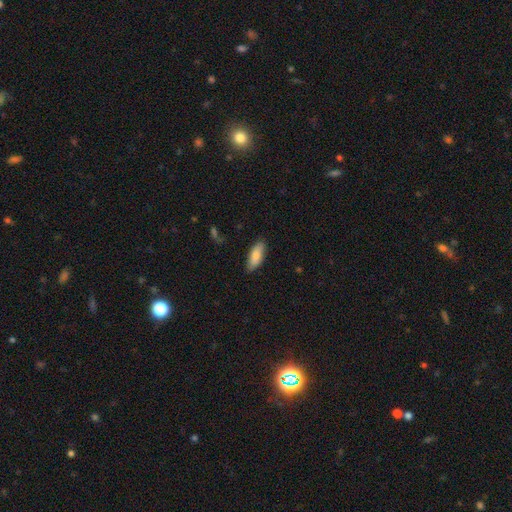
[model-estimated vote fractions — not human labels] A smooth galaxy with no disk features (80%) that is in between round and cigar-shaped (77%). Merging: none (82%).